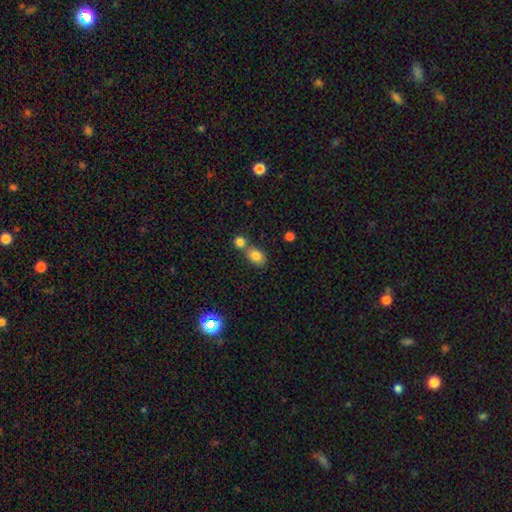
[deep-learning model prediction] smooth_or_featured: smooth (p=0.80) [alt: star or artifact p=0.11]
how_rounded: in between (p=0.68) [alt: round p=0.31]
merging: none (p=0.47) [alt: merger p=0.40]